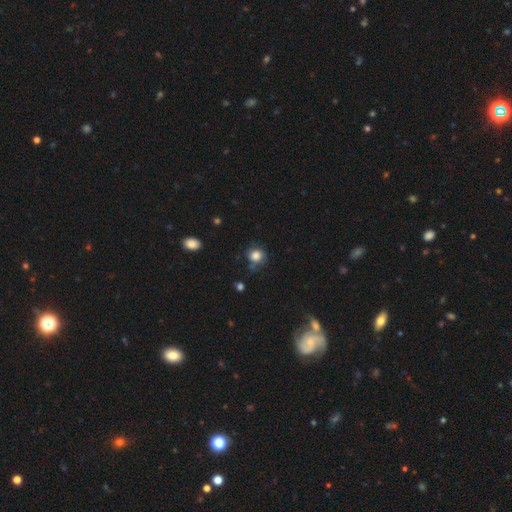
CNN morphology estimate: type=smooth (80%); roundness=round (77%); merging=none (57%).